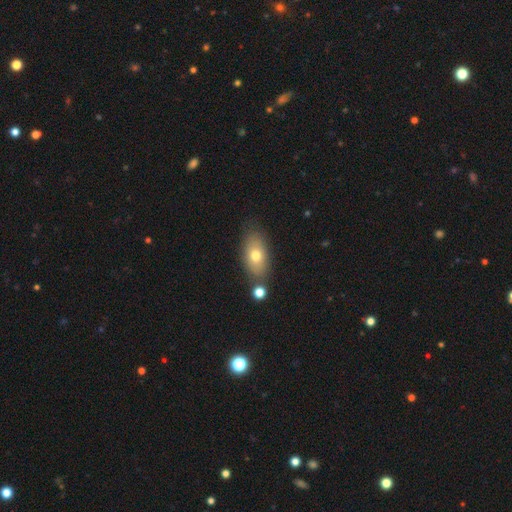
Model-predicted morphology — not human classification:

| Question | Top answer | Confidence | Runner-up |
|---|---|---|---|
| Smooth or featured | smooth | 73% | featured or disk (19%) |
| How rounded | in between | 87% | round (9%) |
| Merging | none | 71% | minor disturbance (15%) |